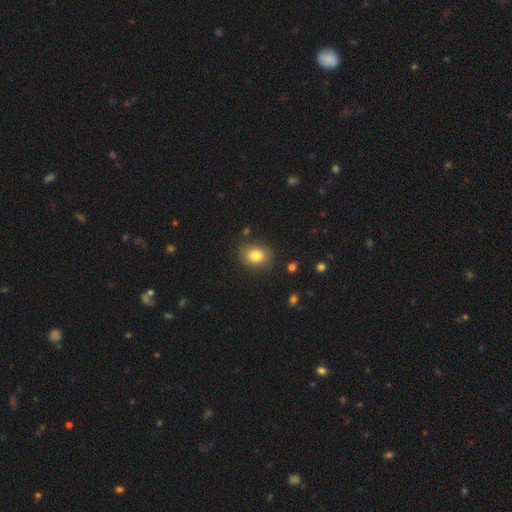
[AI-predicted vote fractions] This appears to be a smooth galaxy with no disk features (82%) that is in between round and cigar-shaped (55%). Merging: none (84%).